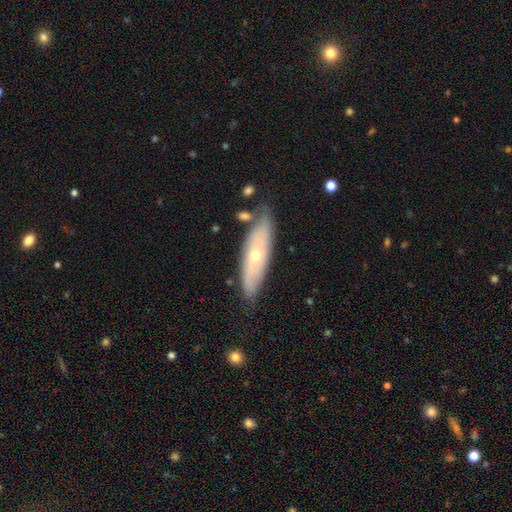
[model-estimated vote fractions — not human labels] This appears to be a featured or disk galaxy (51%). Merging: none (73%).